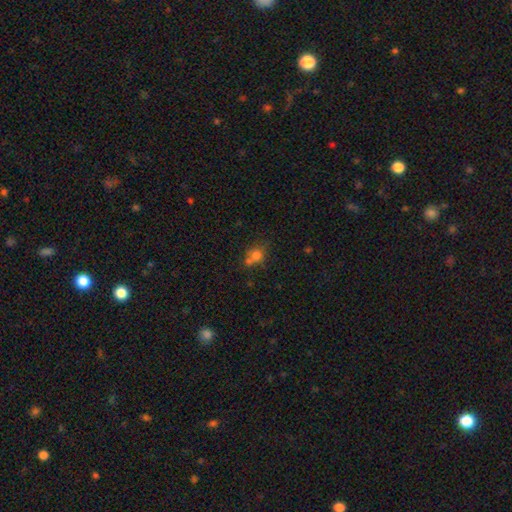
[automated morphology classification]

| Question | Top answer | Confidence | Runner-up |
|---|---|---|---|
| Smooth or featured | smooth | 75% | star or artifact (14%) |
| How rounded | round | 69% | in between (30%) |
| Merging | none | 47% | merger (31%) |